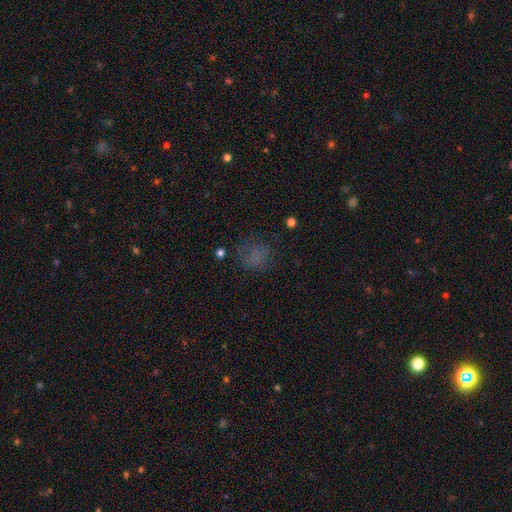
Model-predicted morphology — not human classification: Smooth or featured?
  - smooth: 65% *
  - star or artifact: 22%
  - featured or disk: 13%
How rounded?
  - round: 69% *
  - in between: 29%
  - cigar-shaped: 1%
Merging?
  - none: 66% *
  - minor disturbance: 18%
  - major disturbance: 14%
  - merger: 2%